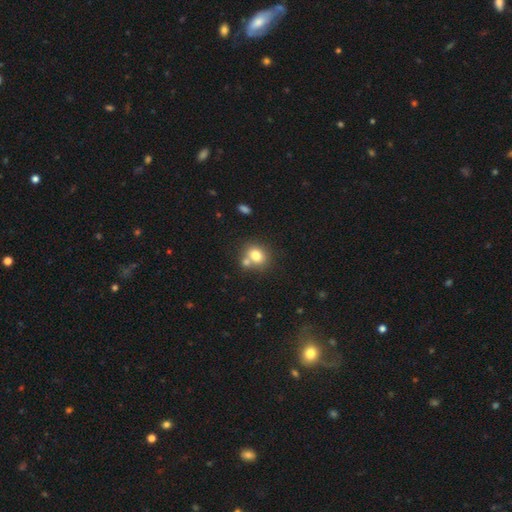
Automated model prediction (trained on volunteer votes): Overall: smooth (79%). How rounded: round (61%; in between 38%). Merging: none (55%; merger 32%).